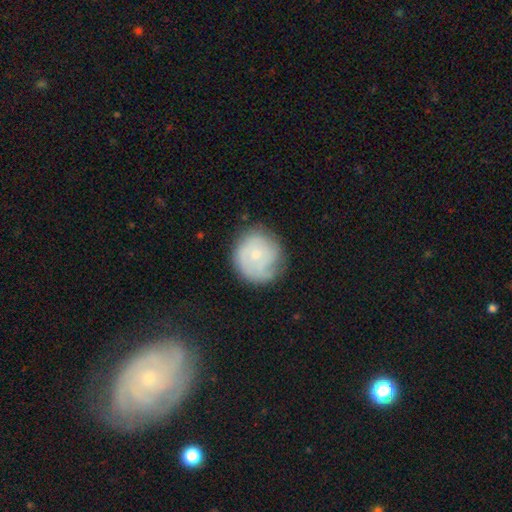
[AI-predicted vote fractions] featured or disk 48%, smooth 45%, star or artifact 7%. Down the decision tree: merging — none (66%).